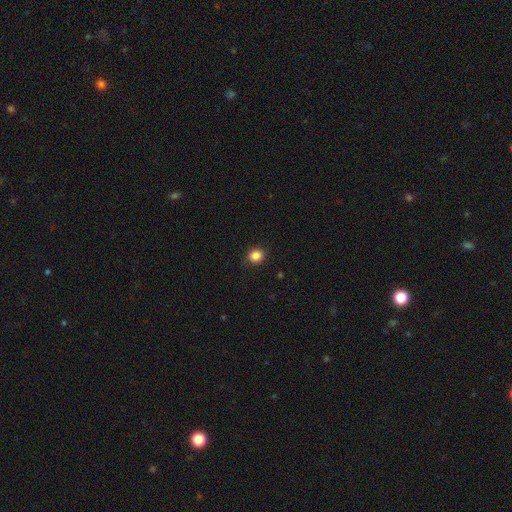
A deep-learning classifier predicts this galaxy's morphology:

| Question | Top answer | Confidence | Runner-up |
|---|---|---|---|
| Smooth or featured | smooth | 85% | star or artifact (11%) |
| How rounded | round | 81% | in between (18%) |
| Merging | none | 84% | minor disturbance (12%) |